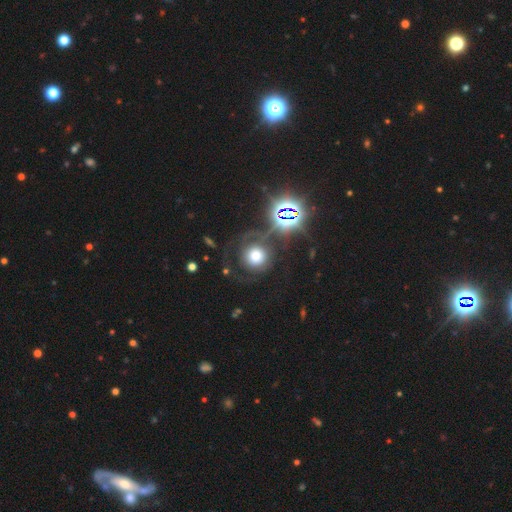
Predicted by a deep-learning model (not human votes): A smooth galaxy with no disk features (52%) that is round (92%). Merging: none (56%).